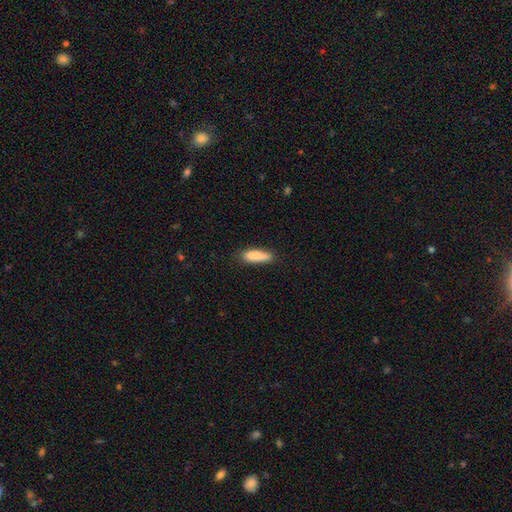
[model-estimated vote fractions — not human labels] This appears to be a smooth galaxy with no disk features (85%) that is cigar-shaped (60%). Merging: none (82%).